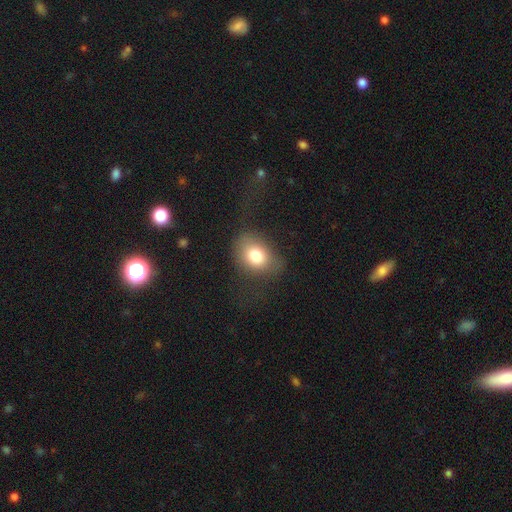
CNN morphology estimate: Smooth or featured? Predicted: smooth (p=0.77). How rounded? Predicted: in between (p=0.61). Merging? Predicted: none (p=0.58).